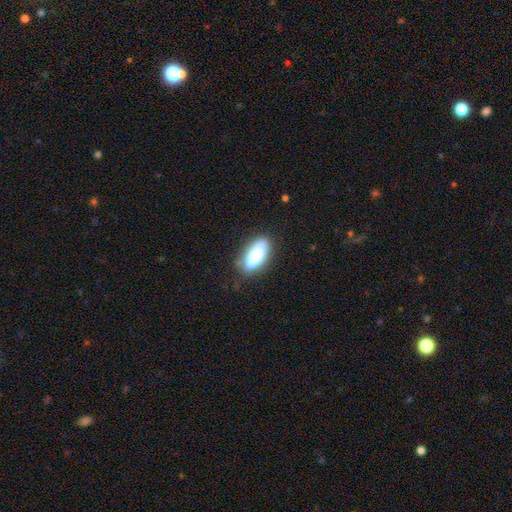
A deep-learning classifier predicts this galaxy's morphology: Overall: smooth (78%). How rounded: in between (77%). Merging: none (76%).